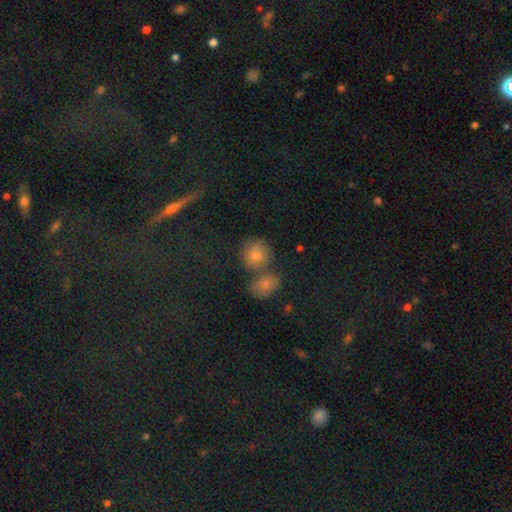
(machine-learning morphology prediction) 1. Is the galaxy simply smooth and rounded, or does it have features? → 69% smooth, 16% featured or disk, 15% star or artifact.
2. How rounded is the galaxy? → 79% round, 19% in between, 2% cigar-shaped.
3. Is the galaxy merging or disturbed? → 56% none, 30% merger, 11% minor disturbance, 4% major disturbance.